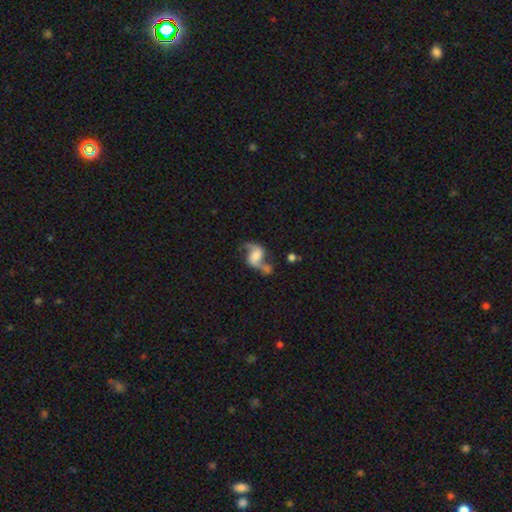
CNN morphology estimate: Smooth or featured? Predicted: featured or disk (p=0.81). Edge-on disk? Predicted: no (p=0.97). Bar? Predicted: weak (p=0.42). Spiral arms? Predicted: yes (p=0.94). Spiral winding? Predicted: loose (p=0.74). Spiral arm count? Predicted: 2 (p=0.91). Bulge size? Predicted: moderate (p=0.34). Merging? Predicted: none (p=0.49).